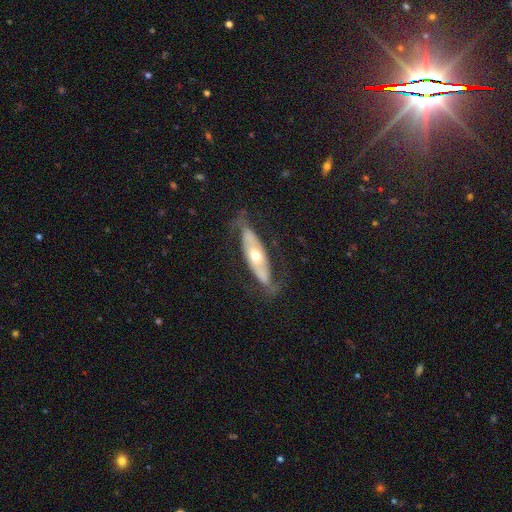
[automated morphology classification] This is likely a featured or disk galaxy (66%). It is likely not viewed edge-on (71%). Merging: possibly none (60%).